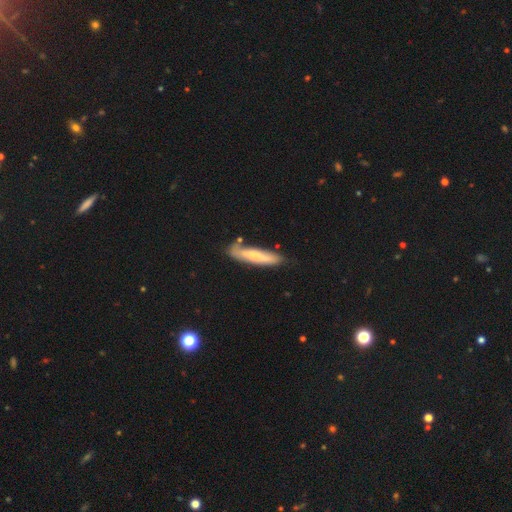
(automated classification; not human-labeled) Morphology: type=smooth (66%); roundness=cigar-shaped (85%); merging=none (70%).